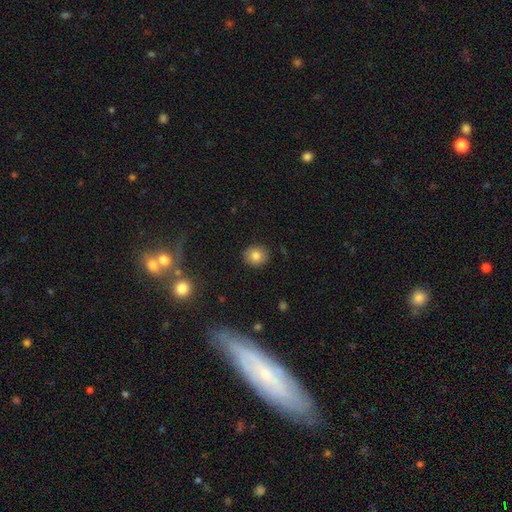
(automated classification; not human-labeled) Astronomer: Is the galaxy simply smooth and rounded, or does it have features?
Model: smooth — 81%.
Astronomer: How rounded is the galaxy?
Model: round — 83%.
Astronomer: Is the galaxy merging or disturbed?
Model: none — 89%.